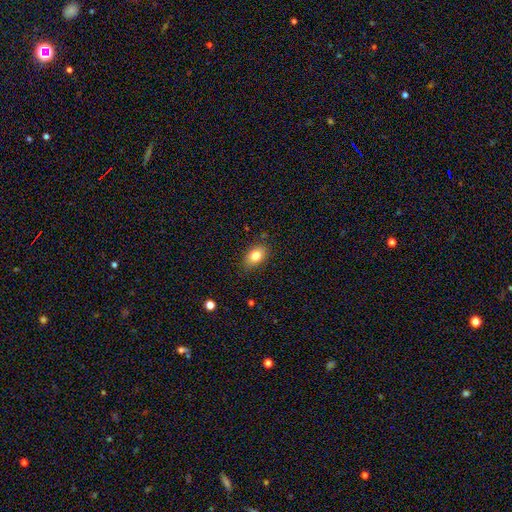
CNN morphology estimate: The model was most divided on "how rounded": in between: 83%, round: 15%, cigar-shaped: 2%. More confident: merging — none (82%); smooth or featured — smooth (81%).